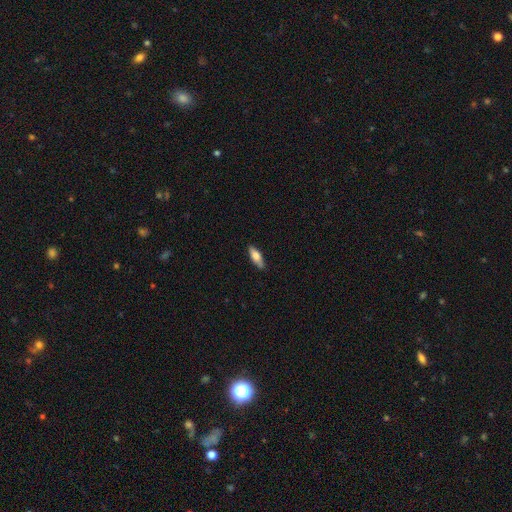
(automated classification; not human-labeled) Q: Smooth or featured?
A: smooth (71%); runner-up: featured or disk (23%)
Q: How rounded?
A: in between (64%); runner-up: cigar-shaped (34%)
Q: Merging?
A: none (84%); runner-up: minor disturbance (12%)